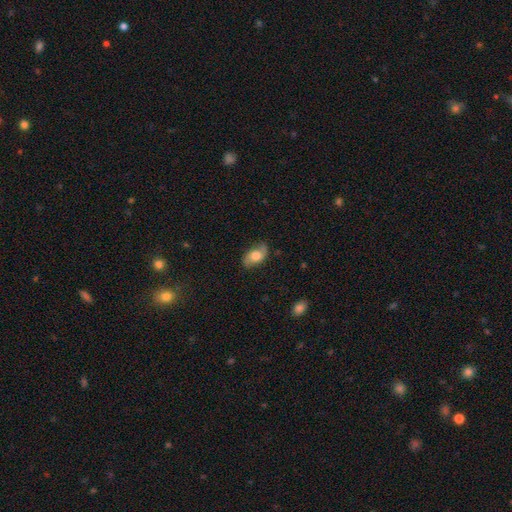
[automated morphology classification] Q: Smooth or featured?
A: smooth (48%); runner-up: featured or disk (44%)
Q: Merging?
A: none (75%); runner-up: minor disturbance (19%)